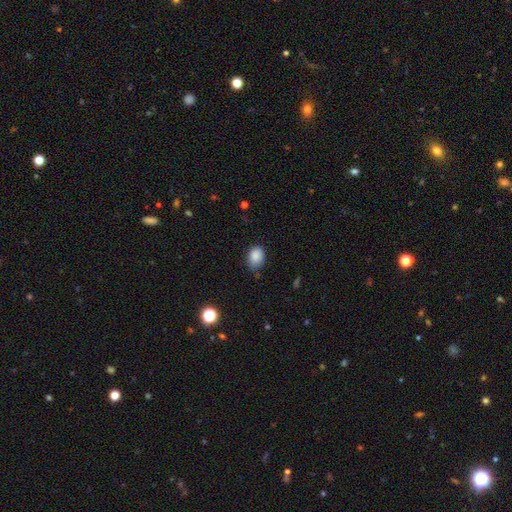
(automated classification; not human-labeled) Smooth or featured? smooth (87%)
How rounded? in between (71%)
Merging? none (63%)